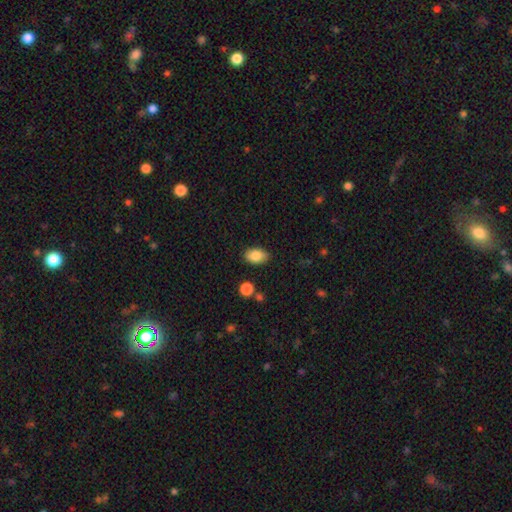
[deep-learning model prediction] Smooth or featured? Predicted: smooth (p=0.86). How rounded? Predicted: in between (p=0.88). Merging? Predicted: none (p=0.85).